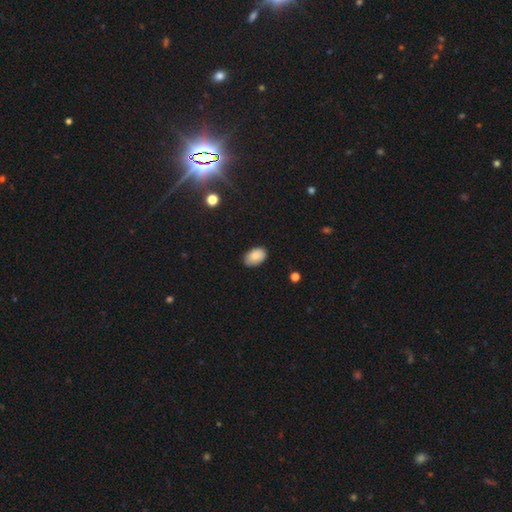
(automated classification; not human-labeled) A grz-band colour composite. It shows a smooth galaxy with no disk features (84%) that is in between round and cigar-shaped (90%). Merging: none (84%).